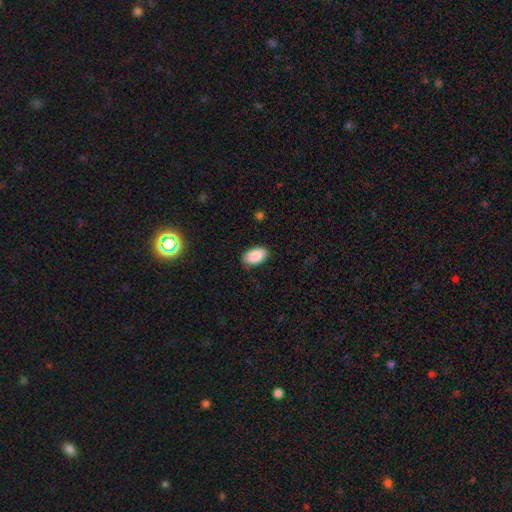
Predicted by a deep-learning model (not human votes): smooth 89%, star or artifact 7%, featured or disk 4%. Down the decision tree: how rounded — in between (94%); merging — none (85%).